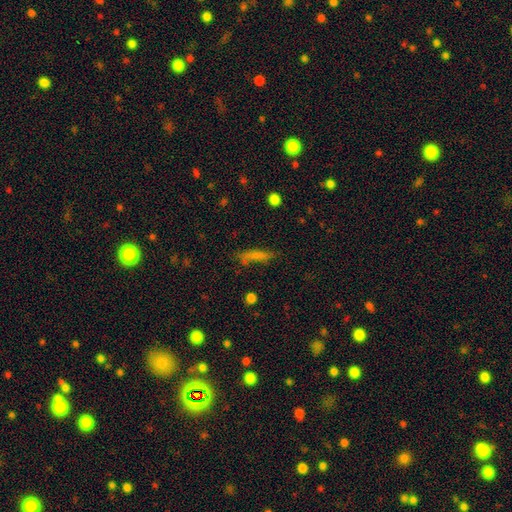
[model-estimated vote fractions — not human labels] Smooth or featured?
  - smooth: 72% *
  - featured or disk: 17%
  - star or artifact: 12%
How rounded?
  - cigar-shaped: 77% *
  - in between: 20%
  - round: 3%
Merging?
  - none: 61% *
  - minor disturbance: 24%
  - major disturbance: 10%
  - merger: 4%